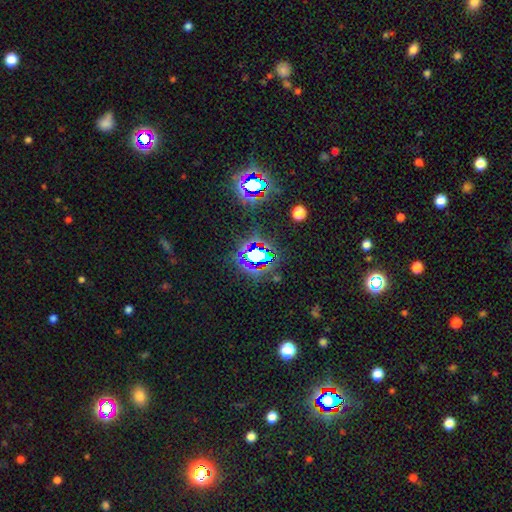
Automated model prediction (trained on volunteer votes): Smooth or featured? Predicted: star or artifact (p=0.72).